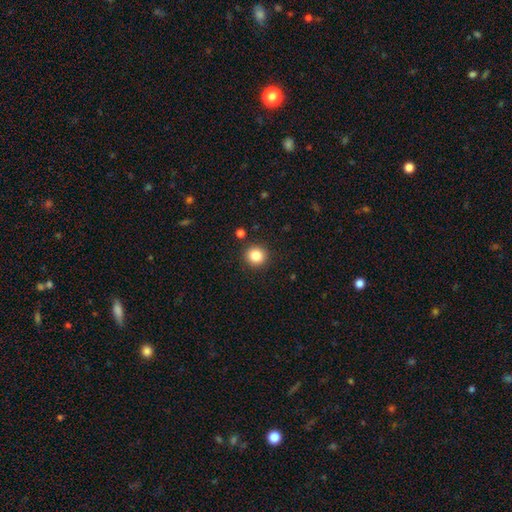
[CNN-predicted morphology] The model was most divided on "smooth or featured": smooth: 84%, star or artifact: 10%, featured or disk: 5%. More confident: how rounded — round (94%); merging — none (90%).